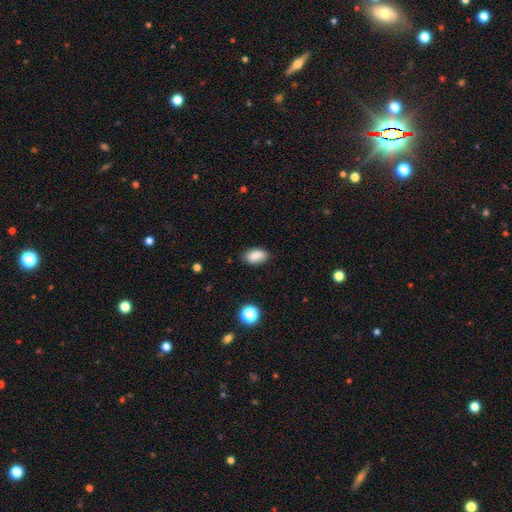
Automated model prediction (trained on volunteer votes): Morphology: type=smooth (88%); roundness=in between (92%); merging=none (85%).